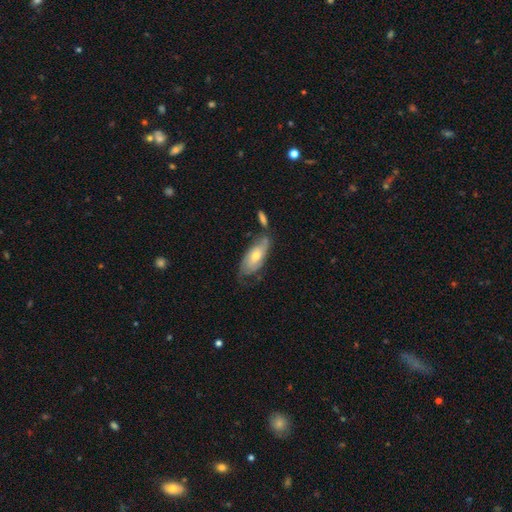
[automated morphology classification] Smooth or featured: featured or disk — 49% (smooth — 44%)
Merging: none — 49% (minor disturbance — 26%)